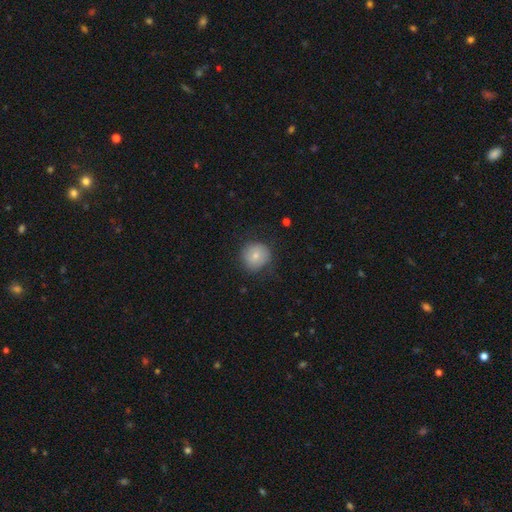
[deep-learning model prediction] This is likely a smooth galaxy (74%). How rounded: clearly round (91%). Merging: likely none (75%).